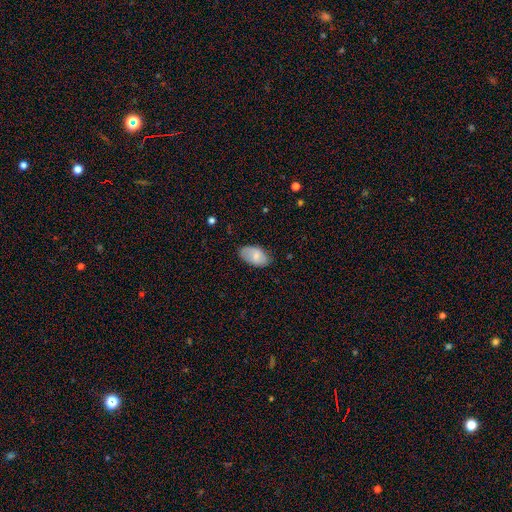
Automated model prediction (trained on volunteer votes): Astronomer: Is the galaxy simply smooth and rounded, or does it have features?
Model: smooth — 72%.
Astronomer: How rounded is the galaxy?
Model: in between — 94%.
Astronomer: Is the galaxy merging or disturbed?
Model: none — 76%.